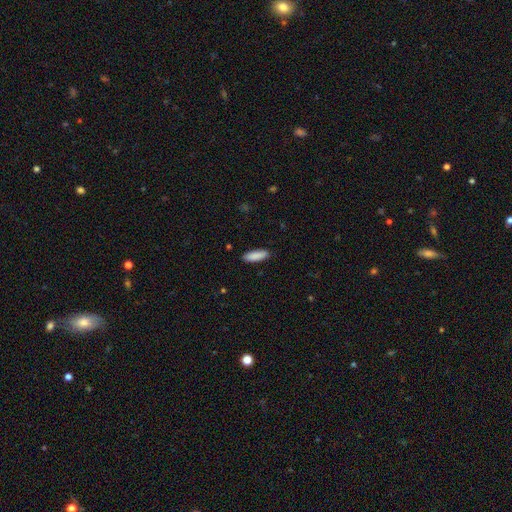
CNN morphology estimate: Smooth or featured: smooth — 89% (star or artifact — 6%)
How rounded: cigar-shaped — 50% (in between — 49%)
Merging: none — 89% (minor disturbance — 8%)